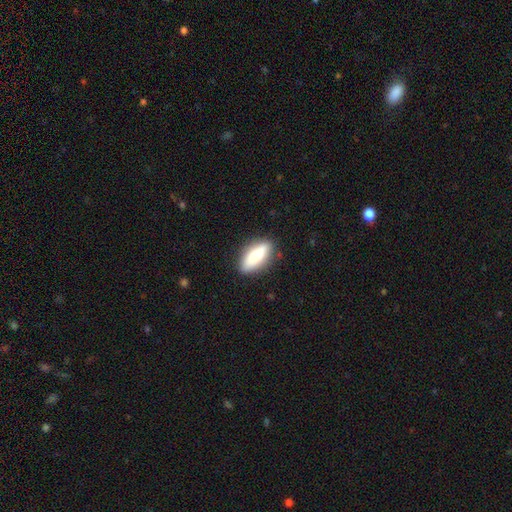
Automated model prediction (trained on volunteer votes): This is likely a smooth galaxy (70%). How rounded: likely in between (71%). Merging: clearly none (85%).